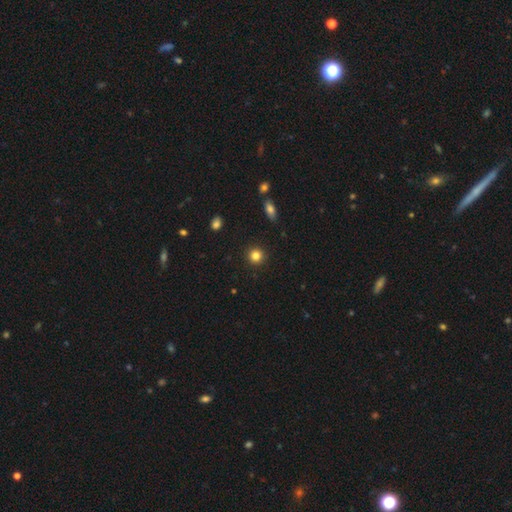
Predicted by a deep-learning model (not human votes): Overall: smooth (84%). How rounded: round (93%). Merging: none (92%).